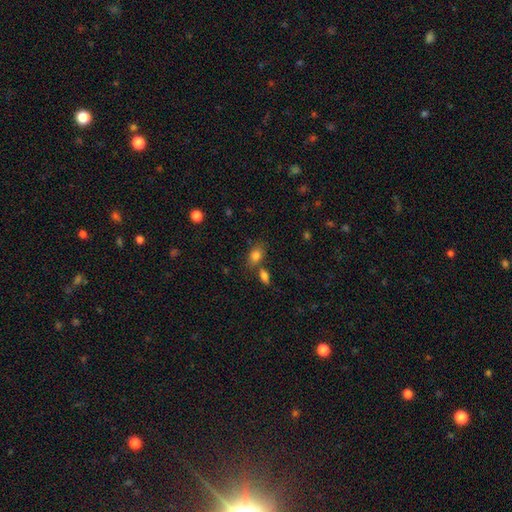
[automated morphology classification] The model was most divided on "merging": none: 62%, merger: 19%, minor disturbance: 14%, major disturbance: 5%. More confident: smooth or featured — smooth (82%); how rounded — in between (78%).